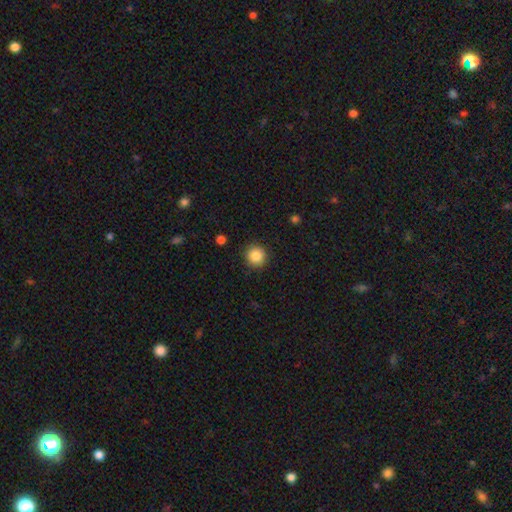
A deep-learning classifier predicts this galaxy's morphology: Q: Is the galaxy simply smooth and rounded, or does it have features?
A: smooth — 86%.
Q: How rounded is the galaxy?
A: round — 94%.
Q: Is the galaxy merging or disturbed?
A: none — 90%.